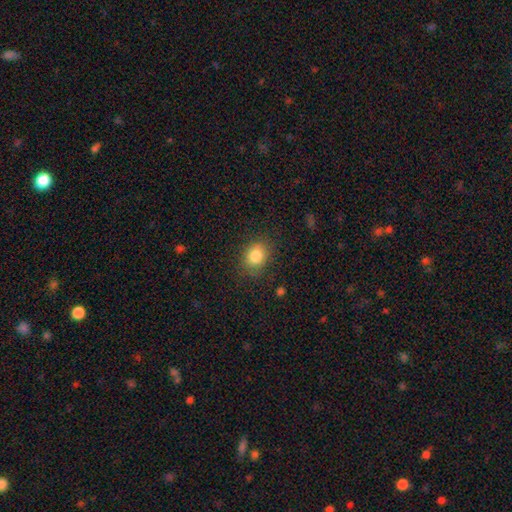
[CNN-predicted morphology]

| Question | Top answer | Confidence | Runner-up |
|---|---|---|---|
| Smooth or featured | smooth | 83% | star or artifact (10%) |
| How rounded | round | 53% | in between (46%) |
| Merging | none | 82% | minor disturbance (13%) |